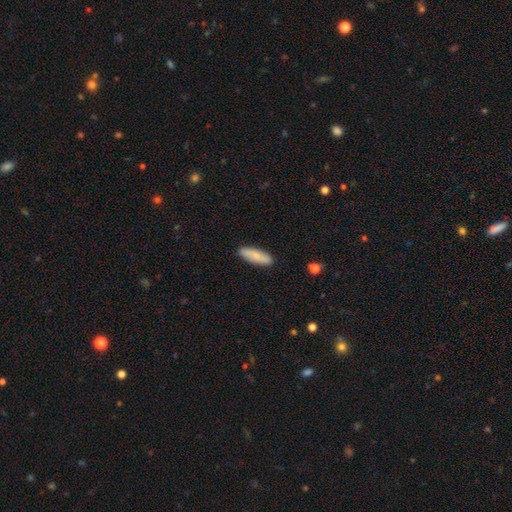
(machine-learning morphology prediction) Smooth or featured: smooth — 81% (featured or disk — 13%)
How rounded: cigar-shaped — 55% (in between — 43%)
Merging: none — 89% (minor disturbance — 8%)